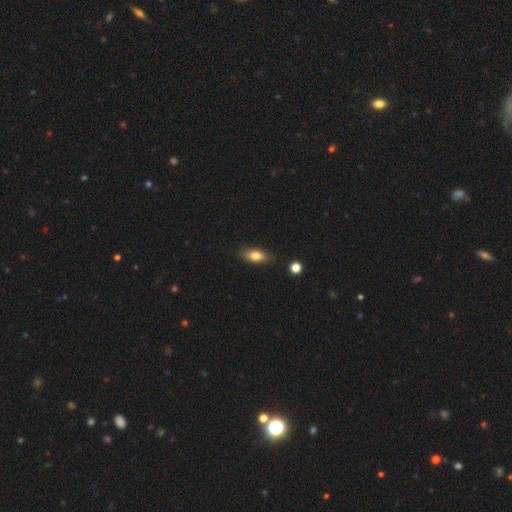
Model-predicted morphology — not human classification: Smooth or featured?
  - smooth: 77% *
  - featured or disk: 15%
  - star or artifact: 8%
How rounded?
  - in between: 79% *
  - cigar-shaped: 17%
  - round: 4%
Merging?
  - none: 83% *
  - minor disturbance: 13%
  - major disturbance: 2%
  - merger: 2%